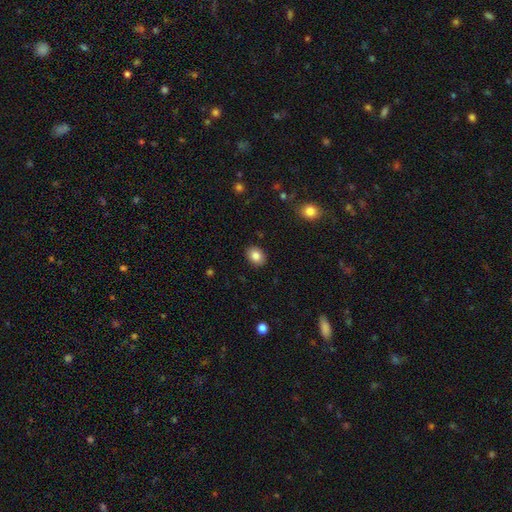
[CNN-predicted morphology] type=smooth (84%); roundness=in between (54%); merging=none (89%).